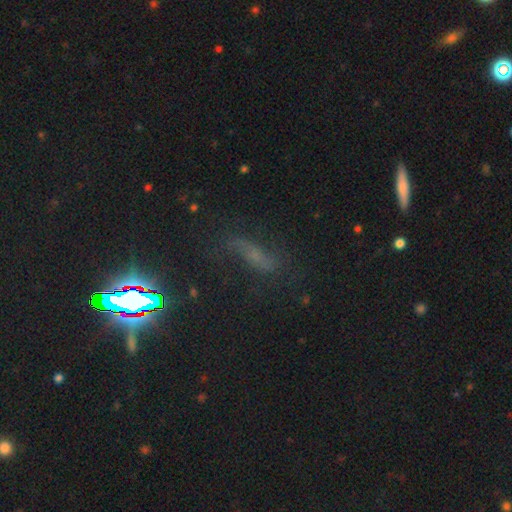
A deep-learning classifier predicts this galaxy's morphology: smooth_or_featured: star or artifact (p=0.38) [alt: featured or disk p=0.32]